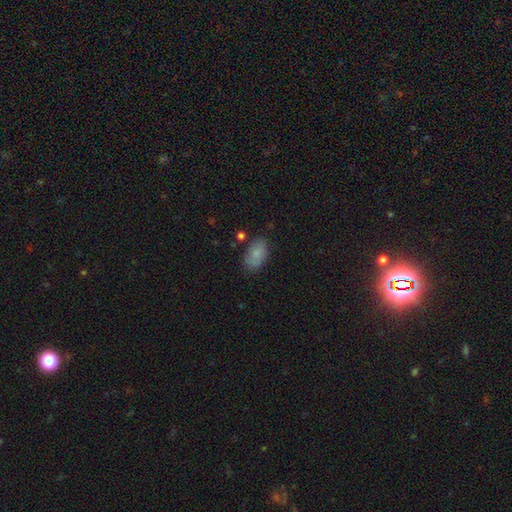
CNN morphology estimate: type=smooth (82%); roundness=in between (91%); merging=none (73%).